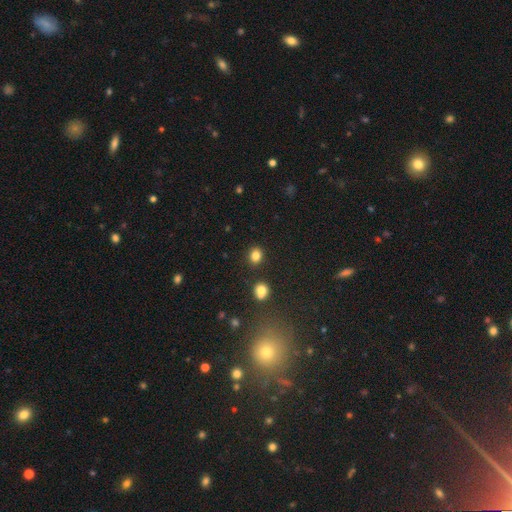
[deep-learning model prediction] Q: Smooth or featured?
A: smooth (83%); runner-up: star or artifact (12%)
Q: How rounded?
A: round (66%); runner-up: in between (33%)
Q: Merging?
A: none (85%); runner-up: minor disturbance (8%)